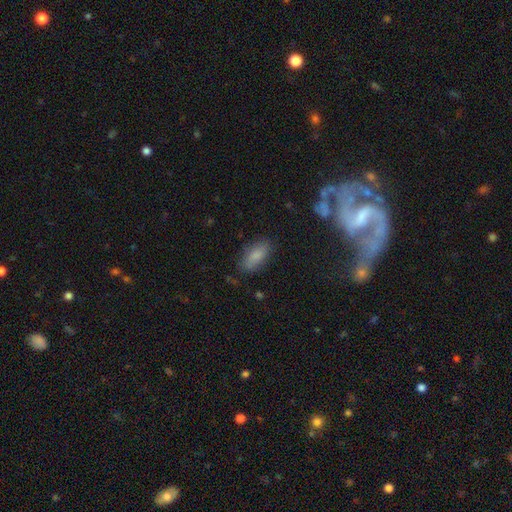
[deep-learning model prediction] A smooth galaxy with no disk features (83%) that is in between round and cigar-shaped (85%).

Vote fractions:
- Smooth or featured? smooth: 83% / featured or disk: 10% / star or artifact: 8%
- How rounded? in between: 85% / cigar-shaped: 12% / round: 3%
- Merging? none: 77% / minor disturbance: 17% / major disturbance: 4% / merger: 2%